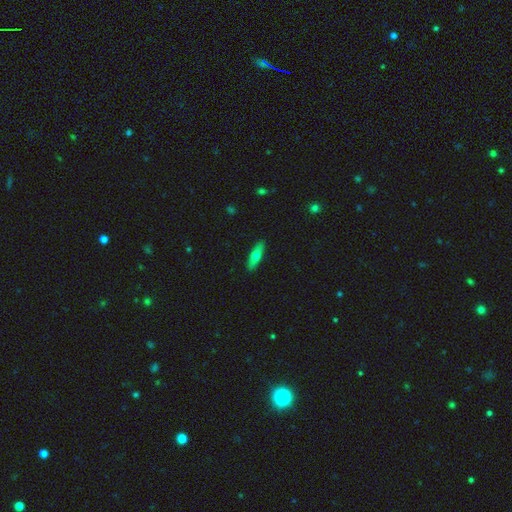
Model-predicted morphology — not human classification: type=smooth (58%); roundness=cigar-shaped (59%); merging=none (90%).